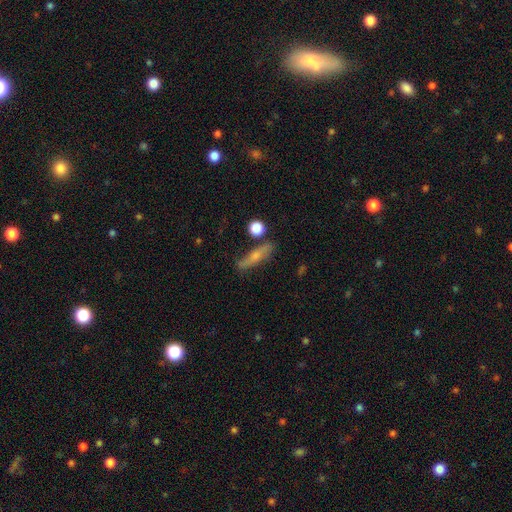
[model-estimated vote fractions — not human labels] smooth-or-featured: smooth: 47% | featured or disk: 44% | star or artifact: 9%
  merging: none: 75% | minor disturbance: 16% | merger: 5% | major disturbance: 4%